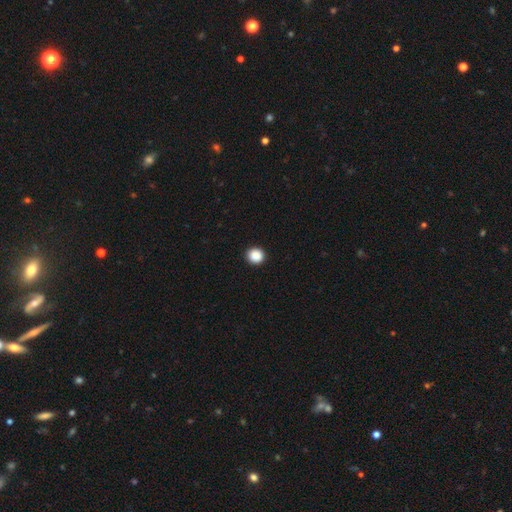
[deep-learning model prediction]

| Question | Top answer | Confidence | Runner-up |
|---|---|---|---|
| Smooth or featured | smooth | 89% | star or artifact (9%) |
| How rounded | round | 93% | in between (6%) |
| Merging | none | 93% | minor disturbance (4%) |